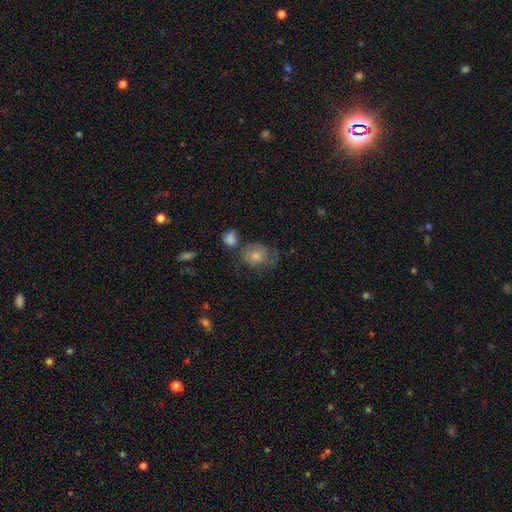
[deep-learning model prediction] Morphology: type=smooth (47%); merging=none (58%).